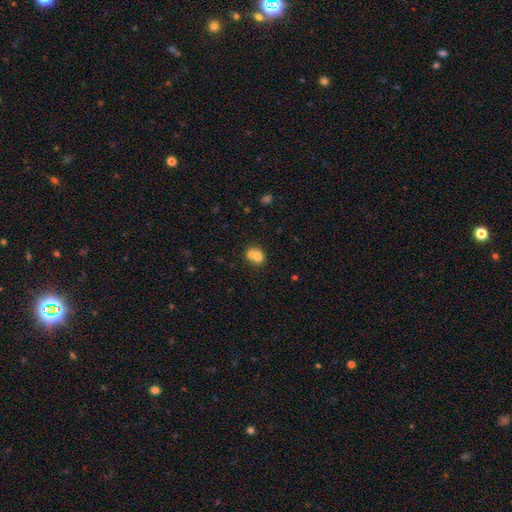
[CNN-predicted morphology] Overall: smooth (70%). How rounded: round (66%; in between 33%). Merging: merger (65%; none 27%).